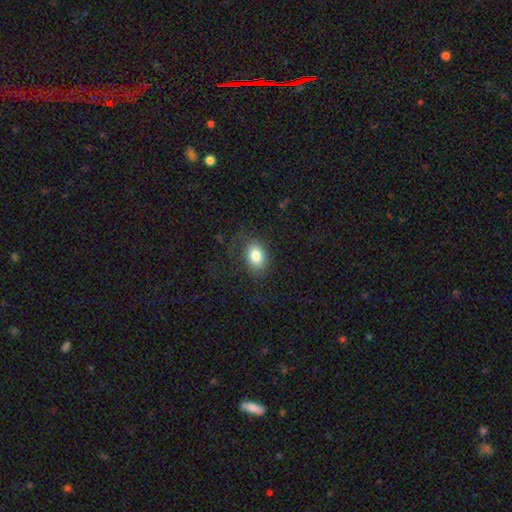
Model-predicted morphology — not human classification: Q: Smooth or featured?
A: smooth (81%); runner-up: featured or disk (10%)
Q: How rounded?
A: in between (78%); runner-up: round (20%)
Q: Merging?
A: none (74%); runner-up: minor disturbance (16%)